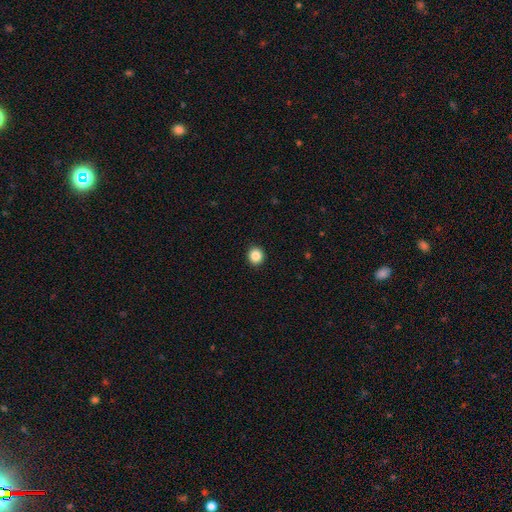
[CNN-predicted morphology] This appears to be a smooth galaxy with no disk features (86%) that is round (89%). Merging: none (93%).